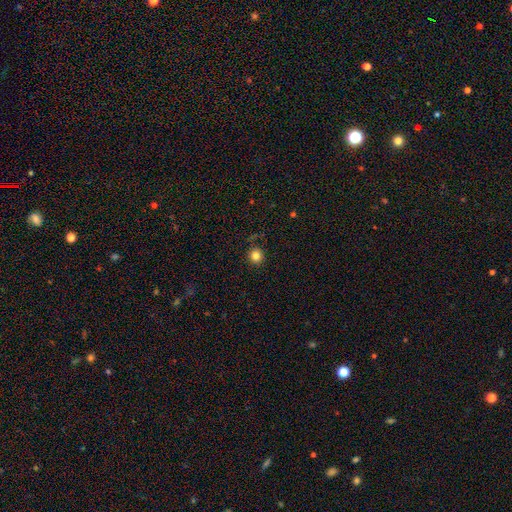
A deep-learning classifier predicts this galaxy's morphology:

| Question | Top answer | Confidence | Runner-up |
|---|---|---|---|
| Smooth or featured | smooth | 83% | star or artifact (13%) |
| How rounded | round | 92% | in between (7%) |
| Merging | none | 89% | minor disturbance (8%) |